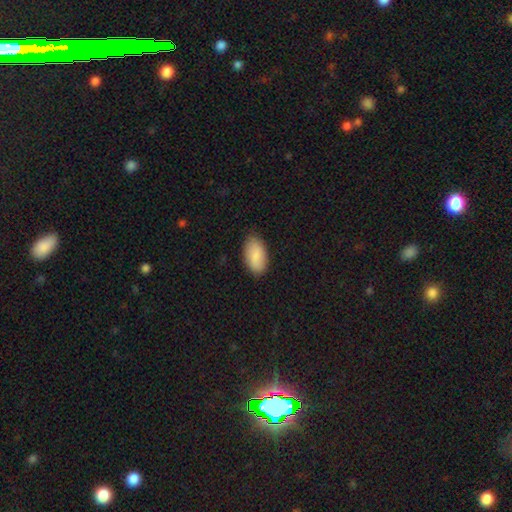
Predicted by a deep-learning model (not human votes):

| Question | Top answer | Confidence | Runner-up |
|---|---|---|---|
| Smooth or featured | smooth | 87% | featured or disk (8%) |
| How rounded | in between | 95% | round (3%) |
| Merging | none | 86% | minor disturbance (11%) |